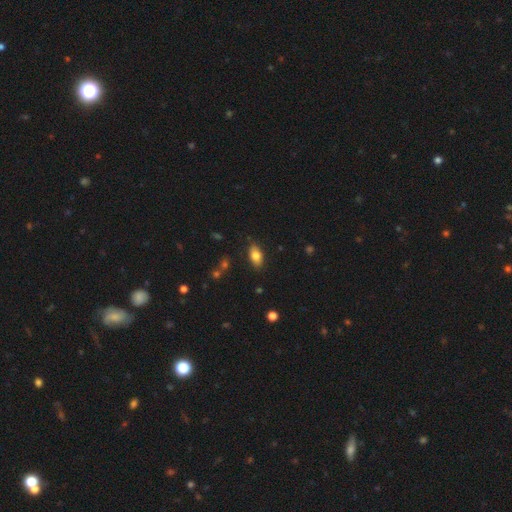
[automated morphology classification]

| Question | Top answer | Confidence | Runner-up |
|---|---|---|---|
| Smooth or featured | smooth | 79% | featured or disk (13%) |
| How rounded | in between | 90% | round (5%) |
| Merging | none | 84% | minor disturbance (12%) |